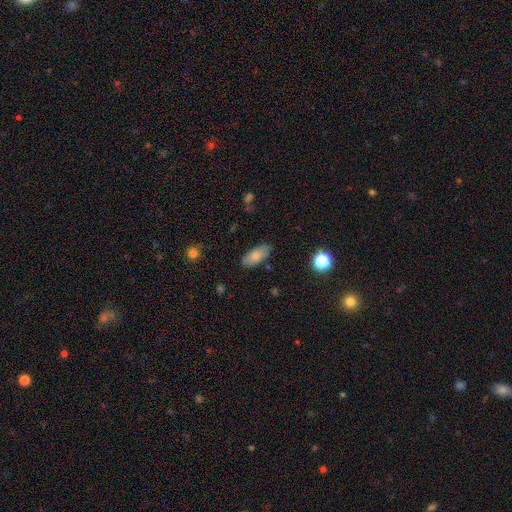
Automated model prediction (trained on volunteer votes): Smooth or featured? Predicted: smooth (p=0.79). How rounded? Predicted: in between (p=0.86). Merging? Predicted: none (p=0.83).